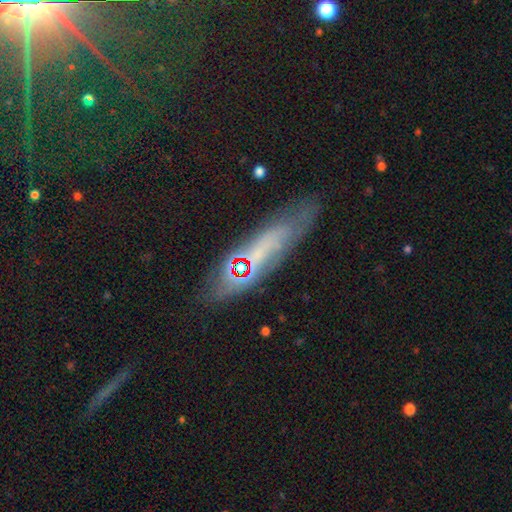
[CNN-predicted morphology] featured or disk 44%, smooth 32%, star or artifact 24%. Down the decision tree: merging — none (70%).